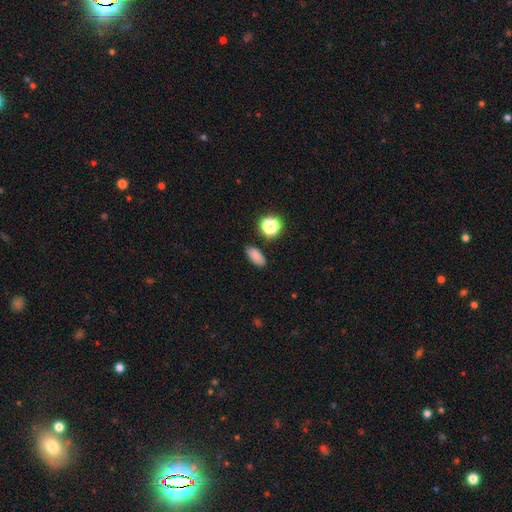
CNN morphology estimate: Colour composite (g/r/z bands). It shows a smooth galaxy with no disk features (81%) that is in between round and cigar-shaped (85%). Merging: none (82%).